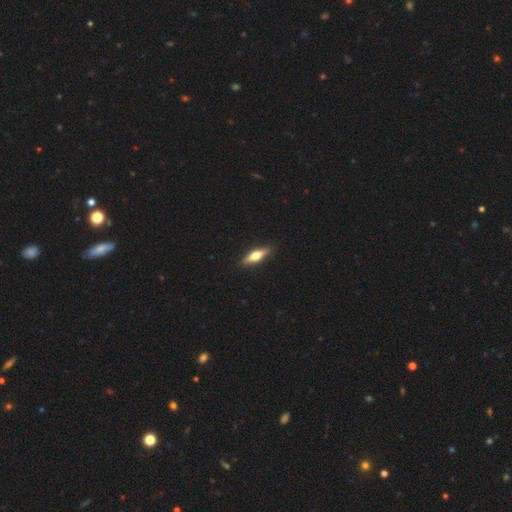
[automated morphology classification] A smooth galaxy with no disk features (53%) that is cigar-shaped (58%).

Vote fractions:
- Smooth or featured? smooth: 53% / featured or disk: 41% / star or artifact: 6%
- How rounded? cigar-shaped: 58% / in between: 40% / round: 3%
- Merging? none: 89% / minor disturbance: 8% / major disturbance: 2% / merger: 1%